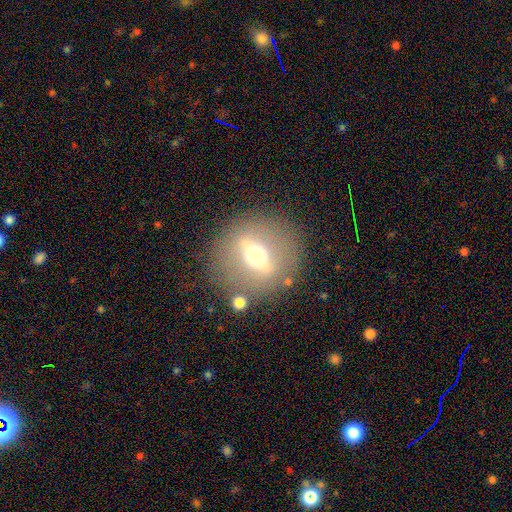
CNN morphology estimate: This is likely a featured or disk galaxy (65%). It is possibly viewed edge-on (51%). Merging: clearly none (85%).